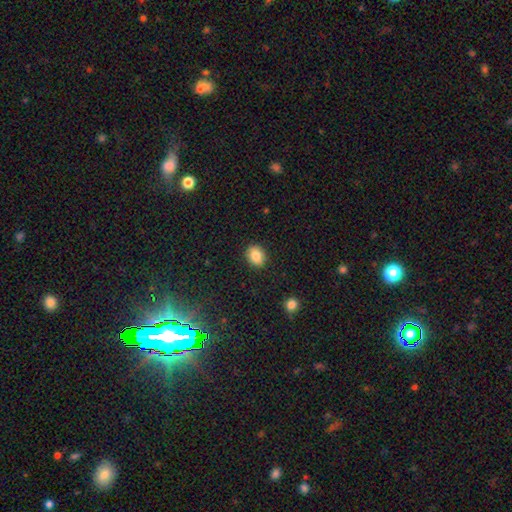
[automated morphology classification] This is clearly a smooth galaxy (85%). How rounded: possibly round (54%). Merging: clearly none (88%).